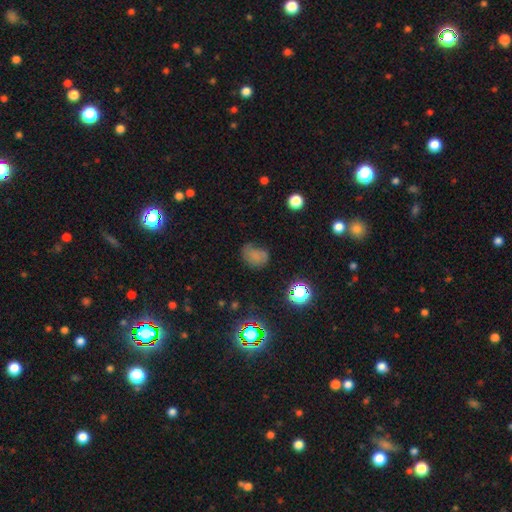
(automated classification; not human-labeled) A smooth galaxy with no disk features (63%) that is in between round and cigar-shaped (58%).

Vote fractions:
- Smooth or featured? smooth: 63% / star or artifact: 21% / featured or disk: 16%
- How rounded? in between: 58% / round: 40% / cigar-shaped: 1%
- Merging? none: 45% / minor disturbance: 32% / major disturbance: 19% / merger: 3%